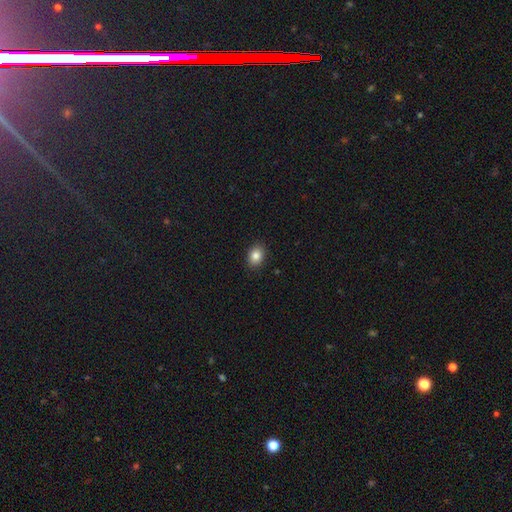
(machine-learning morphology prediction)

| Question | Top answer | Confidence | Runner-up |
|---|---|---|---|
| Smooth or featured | smooth | 85% | star or artifact (9%) |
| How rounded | in between | 66% | round (33%) |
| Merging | none | 90% | minor disturbance (7%) |